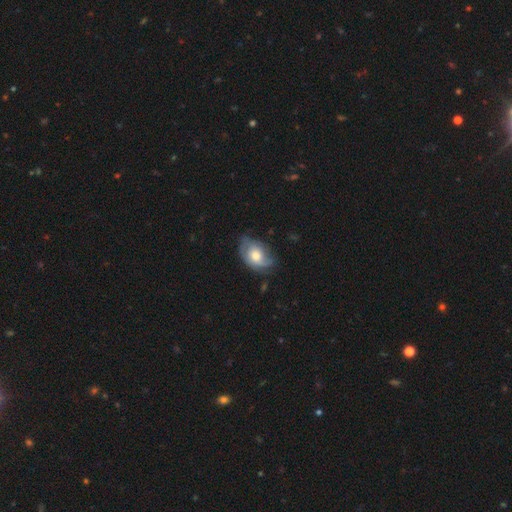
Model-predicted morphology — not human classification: This is possibly a smooth galaxy (49%). Merging: possibly none (50%).